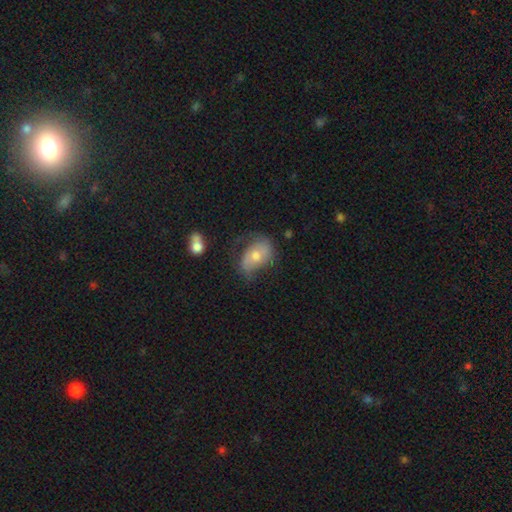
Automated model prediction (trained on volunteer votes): A featured or disk galaxy (46%). Merging: none (44%).